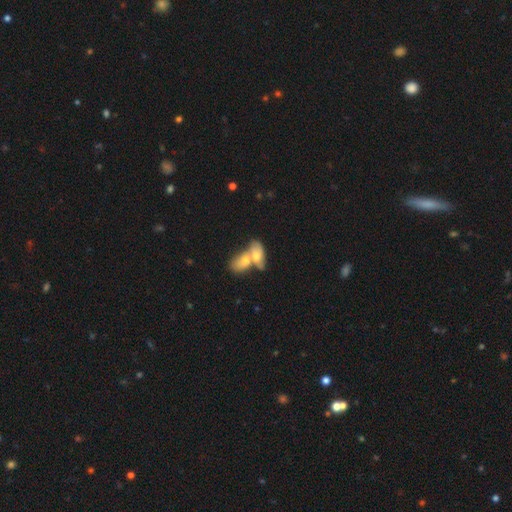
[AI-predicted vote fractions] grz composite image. It shows a smooth galaxy with no disk features (63%) that is in between round and cigar-shaped (85%). Merging: merger (76%).